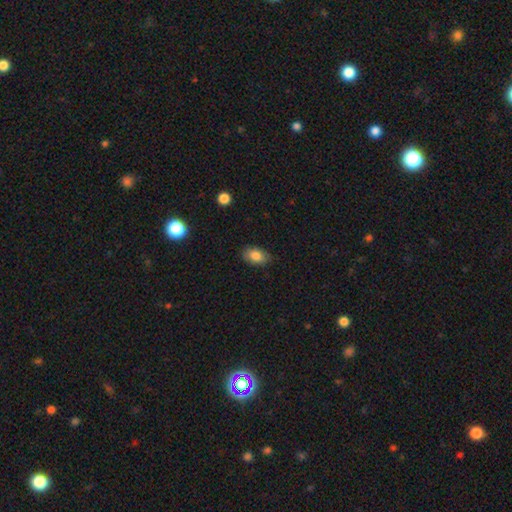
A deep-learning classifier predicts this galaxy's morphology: Overall: smooth (84%). How rounded: in between (89%). Merging: none (83%).